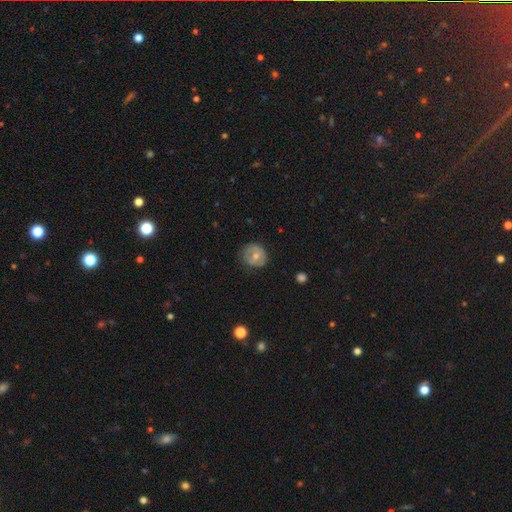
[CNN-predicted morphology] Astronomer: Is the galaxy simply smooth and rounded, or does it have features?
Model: smooth — 51% (runner-up: featured or disk, 42%).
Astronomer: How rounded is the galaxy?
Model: round — 81%.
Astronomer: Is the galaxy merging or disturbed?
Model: none — 74%.